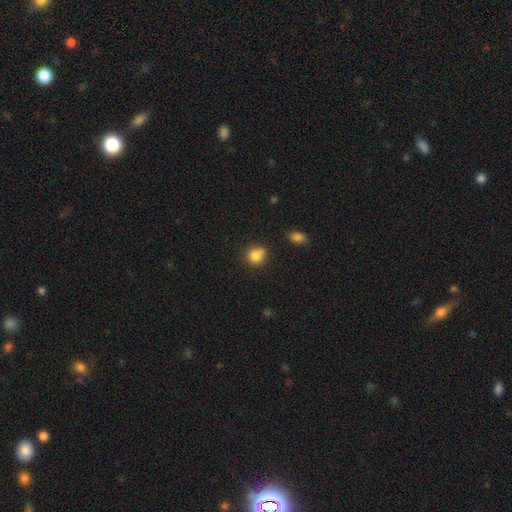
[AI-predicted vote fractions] A smooth galaxy with no disk features (82%) that is round (83%).

Vote fractions:
- Smooth or featured? smooth: 82% / star or artifact: 11% / featured or disk: 7%
- How rounded? round: 83% / in between: 16% / cigar-shaped: 1%
- Merging? none: 65% / minor disturbance: 19% / merger: 11% / major disturbance: 5%